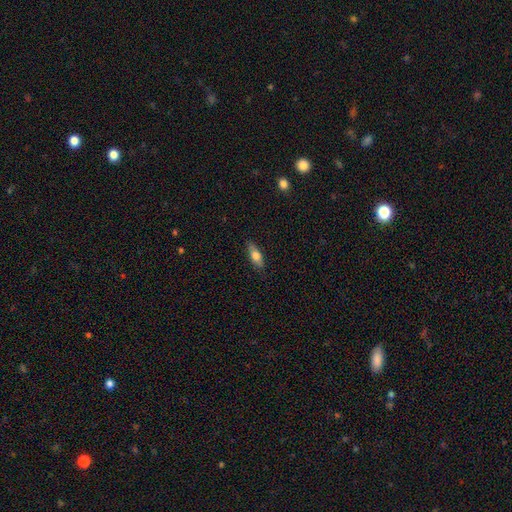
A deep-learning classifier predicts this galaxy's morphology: This appears to be a smooth galaxy with no disk features (69%) that is in between round and cigar-shaped (64%). Merging: none (84%).